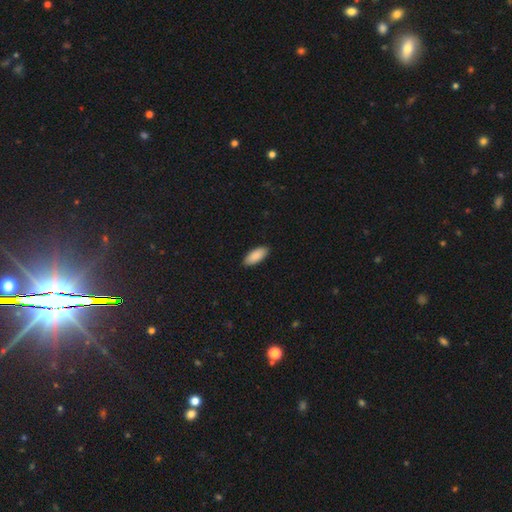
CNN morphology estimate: Smooth or featured? smooth (91%)
How rounded? in between (85%)
Merging? none (91%)